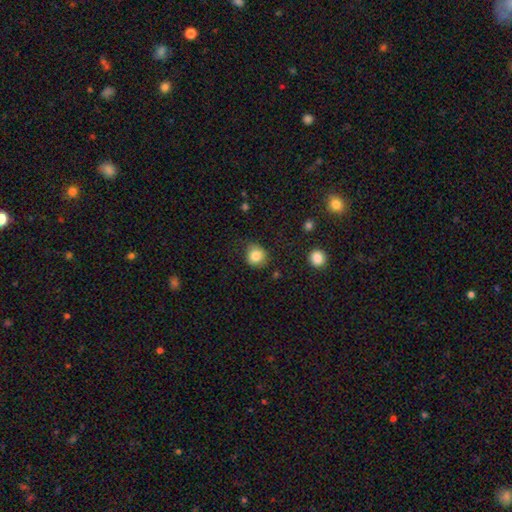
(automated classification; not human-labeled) A smooth galaxy with no disk features (83%) that is round (82%). Merging: none (68%).